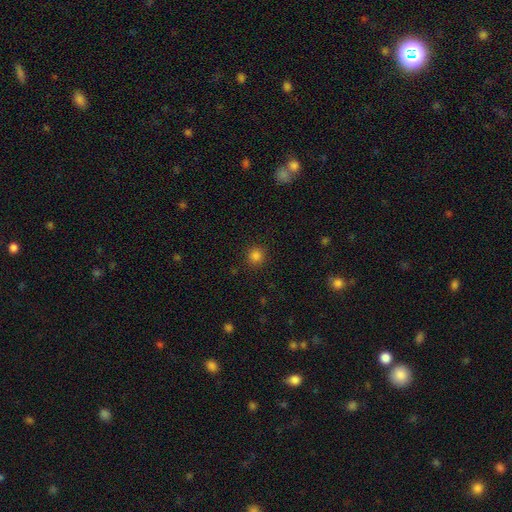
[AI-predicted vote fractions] Smooth or featured? Predicted: smooth (p=0.83). How rounded? Predicted: round (p=0.92). Merging? Predicted: none (p=0.91).